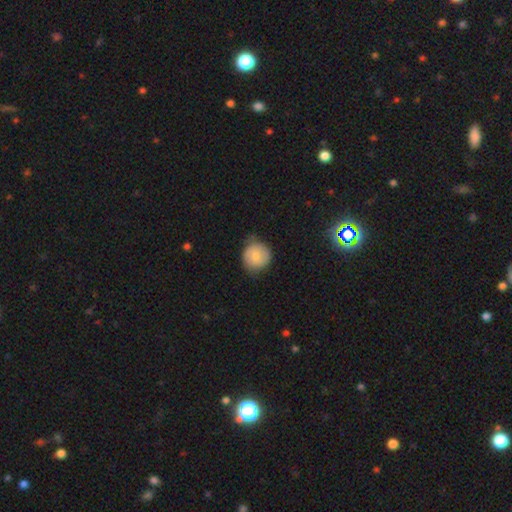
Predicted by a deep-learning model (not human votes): A smooth galaxy with no disk features (74%) that is round (88%). Merging: none (67%).